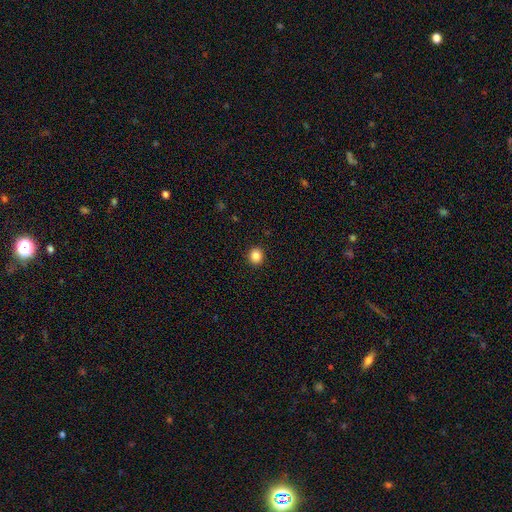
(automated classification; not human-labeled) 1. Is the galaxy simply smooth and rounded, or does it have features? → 86% smooth, 11% star or artifact, 3% featured or disk.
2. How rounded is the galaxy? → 84% round, 15% in between, 1% cigar-shaped.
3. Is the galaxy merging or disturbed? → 92% none, 5% minor disturbance, 2% major disturbance, 1% merger.